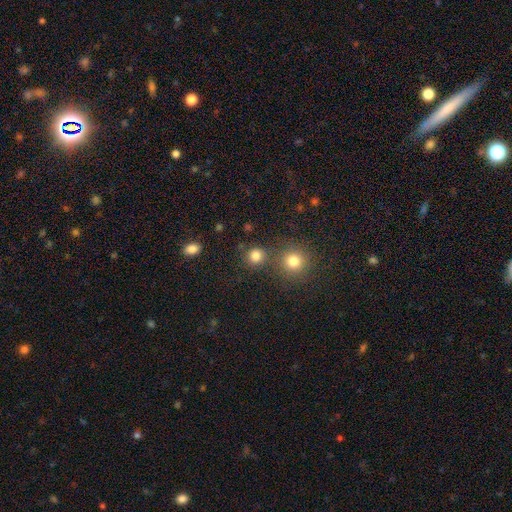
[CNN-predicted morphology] A smooth galaxy with no disk features (82%) that is round (90%). Merging: none (73%).